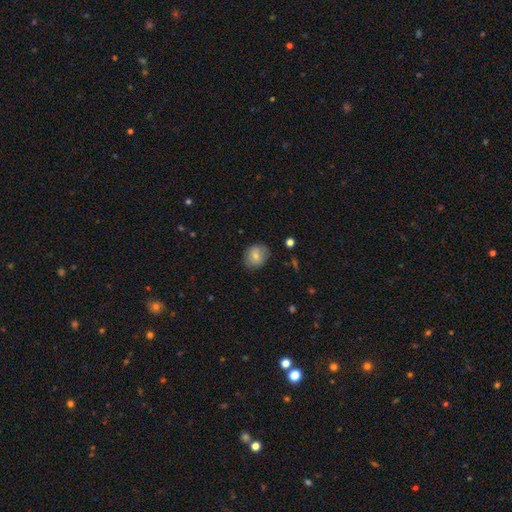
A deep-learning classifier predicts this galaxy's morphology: smooth_or_featured: smooth (p=0.74) [alt: featured or disk p=0.17]
how_rounded: round (p=0.69) [alt: in between p=0.30]
merging: none (p=0.80) [alt: minor disturbance p=0.15]